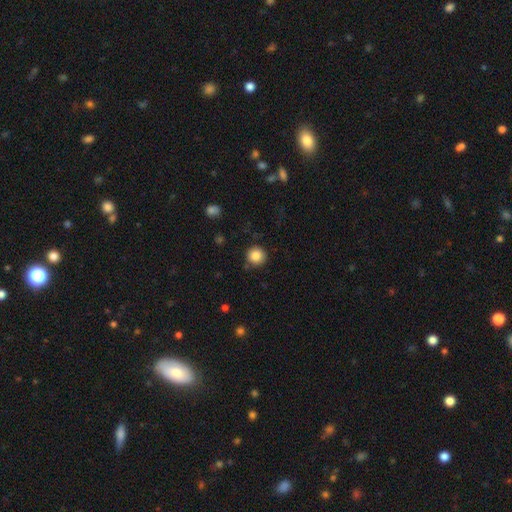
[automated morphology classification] smooth_or_featured: smooth (p=0.86) [alt: star or artifact p=0.10]
how_rounded: round (p=0.95) [alt: in between p=0.04]
merging: none (p=0.87) [alt: minor disturbance p=0.08]